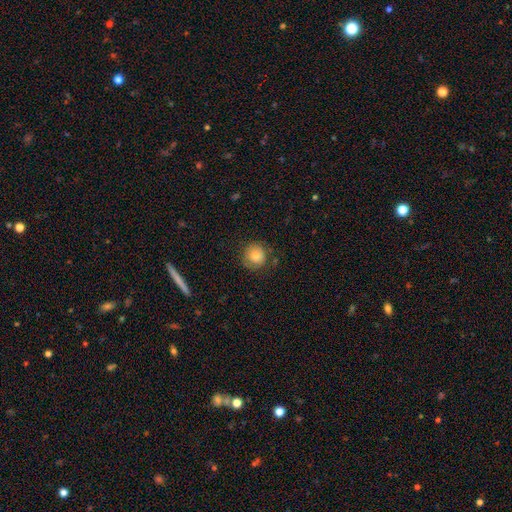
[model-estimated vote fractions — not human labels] Q: Smooth or featured?
A: smooth (81%); runner-up: featured or disk (10%)
Q: How rounded?
A: round (91%); runner-up: in between (8%)
Q: Merging?
A: none (79%); runner-up: minor disturbance (14%)